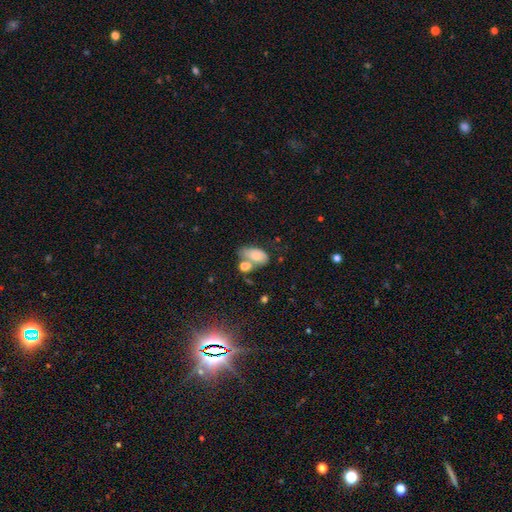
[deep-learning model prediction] smooth-or-featured: smooth: 75% | featured or disk: 15% | star or artifact: 10%
  how-rounded: in between: 91% | round: 6% | cigar-shaped: 3%
  merging: none: 35% | merger: 30% | minor disturbance: 22% | major disturbance: 12%